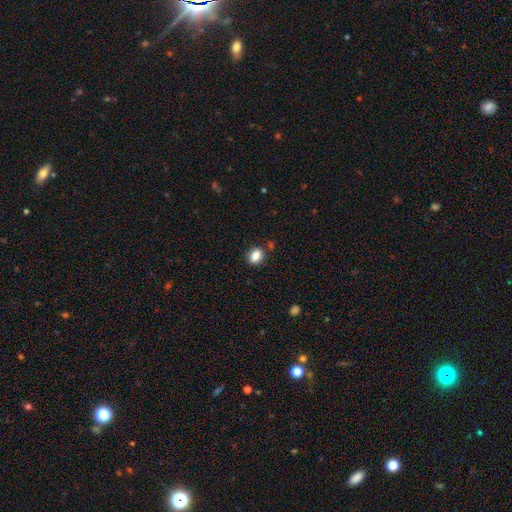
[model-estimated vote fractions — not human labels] A smooth galaxy with no disk features (86%) that is in between round and cigar-shaped (71%).

Vote fractions:
- Smooth or featured? smooth: 86% / star or artifact: 9% / featured or disk: 5%
- How rounded? in between: 71% / round: 28% / cigar-shaped: 1%
- Merging? none: 82% / minor disturbance: 11% / merger: 5% / major disturbance: 3%